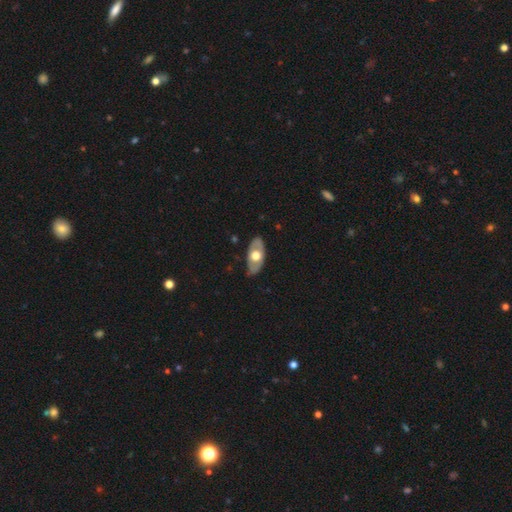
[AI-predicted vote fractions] Smooth or featured: featured or disk — 52% (smooth — 44%)
Edge-on disk: no — 76% (yes — 24%)
Merging: none — 82% (minor disturbance — 14%)